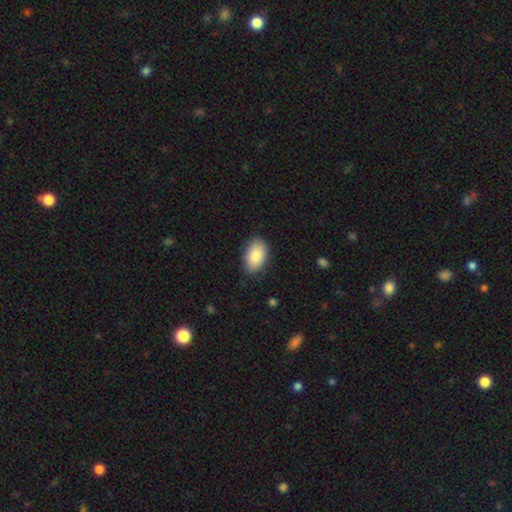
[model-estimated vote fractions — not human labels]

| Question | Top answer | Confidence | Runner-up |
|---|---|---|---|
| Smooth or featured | smooth | 84% | featured or disk (10%) |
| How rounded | in between | 91% | round (8%) |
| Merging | none | 84% | minor disturbance (12%) |